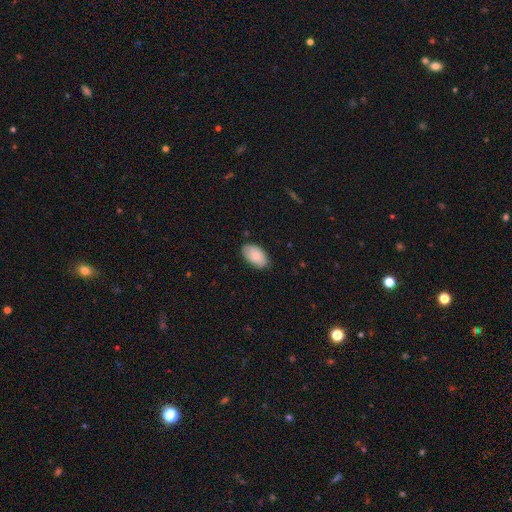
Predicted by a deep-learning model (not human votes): Q: Smooth or featured?
A: smooth (79%); runner-up: featured or disk (15%)
Q: How rounded?
A: in between (94%); runner-up: round (4%)
Q: Merging?
A: none (79%); runner-up: minor disturbance (17%)